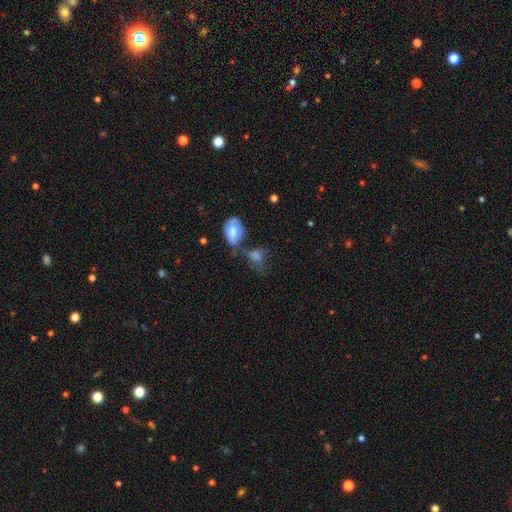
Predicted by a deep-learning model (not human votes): Smooth or featured: smooth — 58% (featured or disk — 26%)
How rounded: in between — 67% (round — 28%)
Merging: none — 36% (merger — 29%)